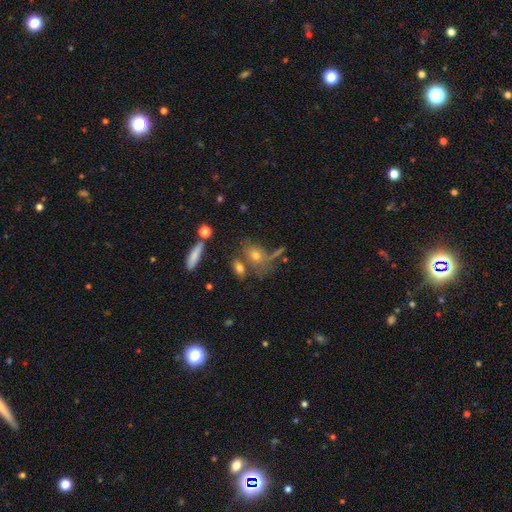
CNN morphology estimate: A smooth galaxy with no disk features (59%) that is in between round and cigar-shaped (57%). Merging: none (46%).